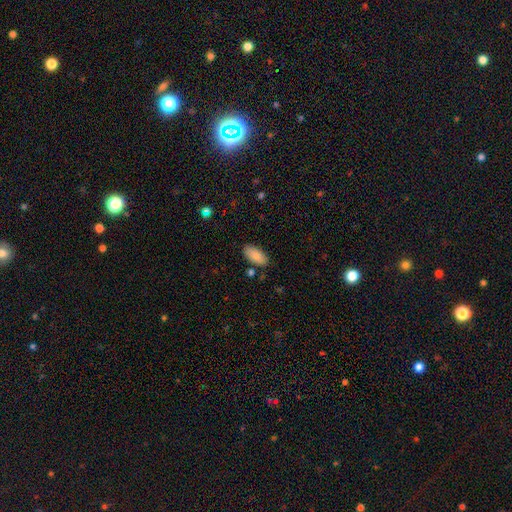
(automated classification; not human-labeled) Smooth or featured?
  - smooth: 88% *
  - star or artifact: 6%
  - featured or disk: 6%
How rounded?
  - in between: 91% *
  - cigar-shaped: 7%
  - round: 2%
Merging?
  - none: 84% *
  - minor disturbance: 11%
  - merger: 3%
  - major disturbance: 3%